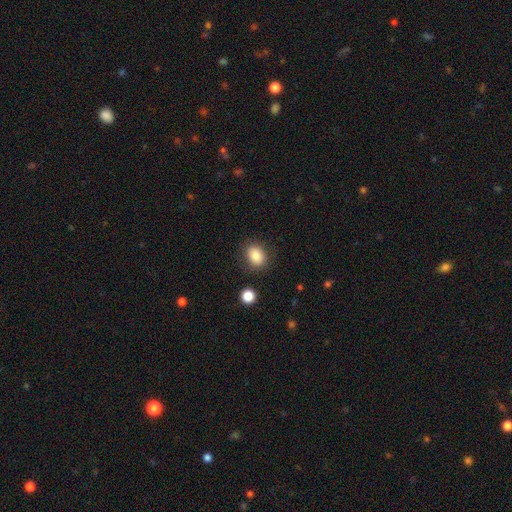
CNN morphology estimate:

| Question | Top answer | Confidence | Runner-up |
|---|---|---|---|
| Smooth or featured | smooth | 84% | star or artifact (9%) |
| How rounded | in between | 57% | round (42%) |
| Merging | none | 84% | minor disturbance (10%) |